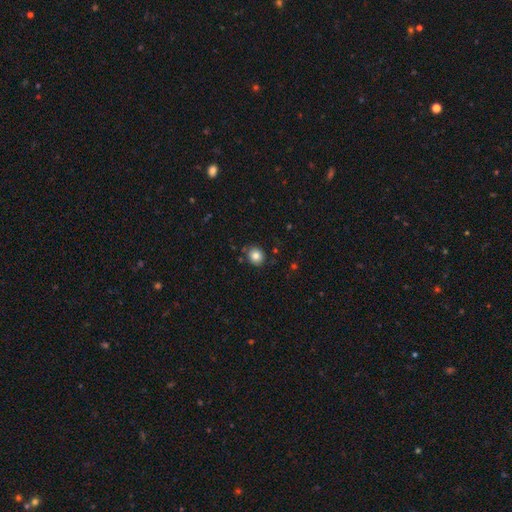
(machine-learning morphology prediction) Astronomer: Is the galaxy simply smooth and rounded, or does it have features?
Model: smooth — 82%.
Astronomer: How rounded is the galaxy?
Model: round — 78%.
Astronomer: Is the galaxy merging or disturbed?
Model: none — 85%.